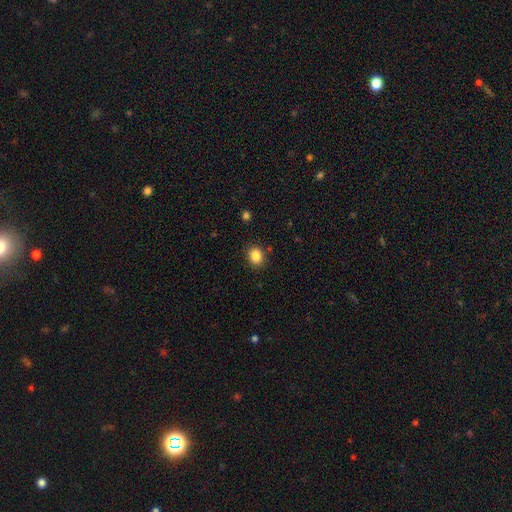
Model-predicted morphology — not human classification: Smooth or featured? smooth (86%)
How rounded? round (53%)
Merging? none (87%)